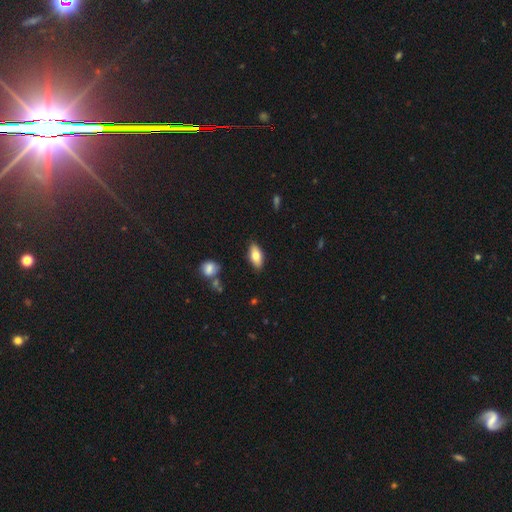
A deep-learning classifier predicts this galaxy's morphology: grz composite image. It shows a smooth galaxy with no disk features (75%) that is in between round and cigar-shaped (85%). Merging: none (86%).